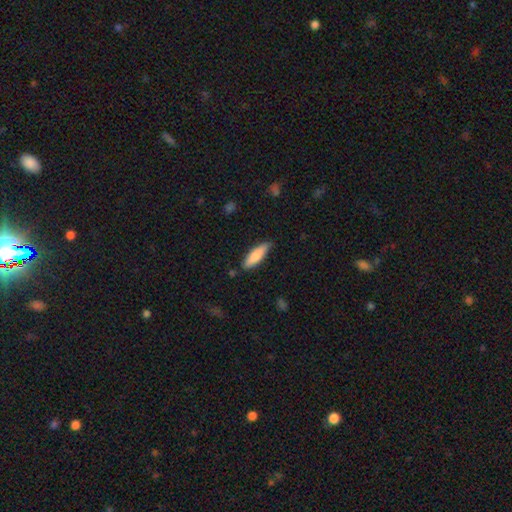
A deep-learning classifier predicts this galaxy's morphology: The model was most divided on "how rounded": cigar-shaped: 62%, in between: 37%, round: 2%. More confident: merging — none (79%); smooth or featured — smooth (76%).